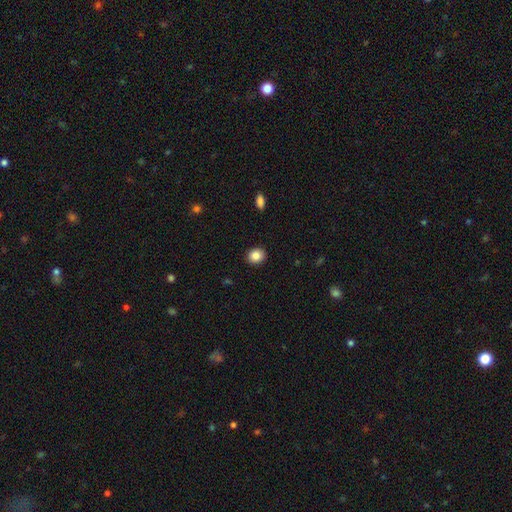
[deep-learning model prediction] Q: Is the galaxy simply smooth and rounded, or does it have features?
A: smooth — 84%.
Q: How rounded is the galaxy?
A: round — 73%.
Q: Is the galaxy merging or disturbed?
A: none — 91%.